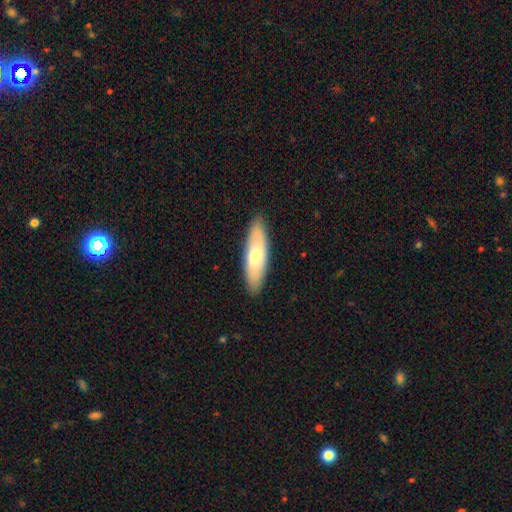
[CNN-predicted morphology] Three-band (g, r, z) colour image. It shows a smooth galaxy with no disk features (64%) that is in between round and cigar-shaped (50%). Merging: none (89%).